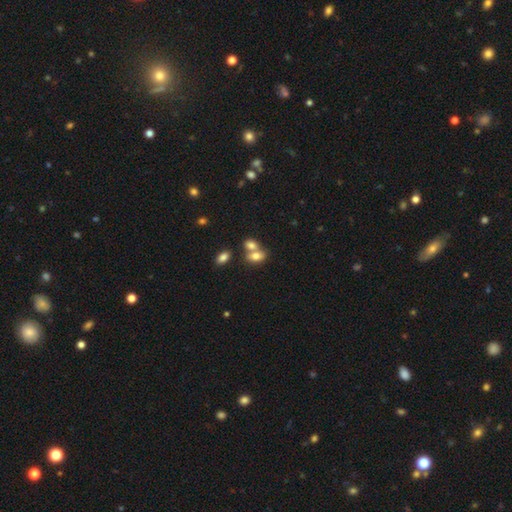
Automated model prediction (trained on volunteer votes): Smooth or featured?
  - smooth: 76% *
  - featured or disk: 14%
  - star or artifact: 10%
How rounded?
  - in between: 81% *
  - round: 16%
  - cigar-shaped: 3%
Merging?
  - merger: 54% *
  - none: 33%
  - minor disturbance: 9%
  - major disturbance: 4%